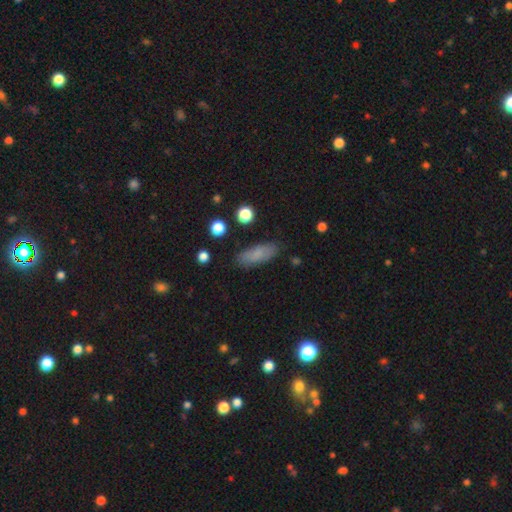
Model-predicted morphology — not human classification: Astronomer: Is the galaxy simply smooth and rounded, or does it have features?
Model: smooth — 79%.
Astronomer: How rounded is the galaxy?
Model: in between — 67%.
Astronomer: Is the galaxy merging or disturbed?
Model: none — 84%.